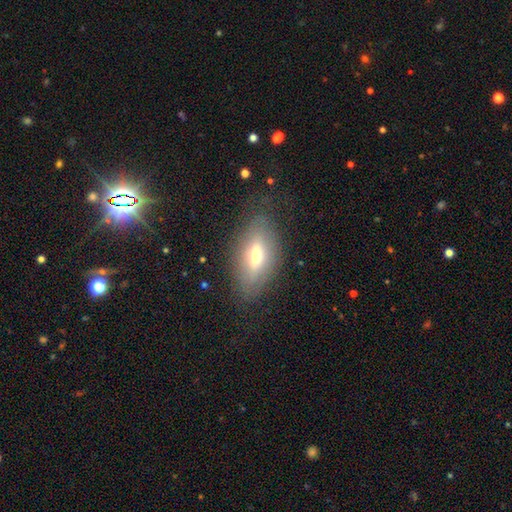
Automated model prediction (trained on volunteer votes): Overall: smooth (54%; featured or disk 36%). How rounded: in between (79%). Merging: none (75%).